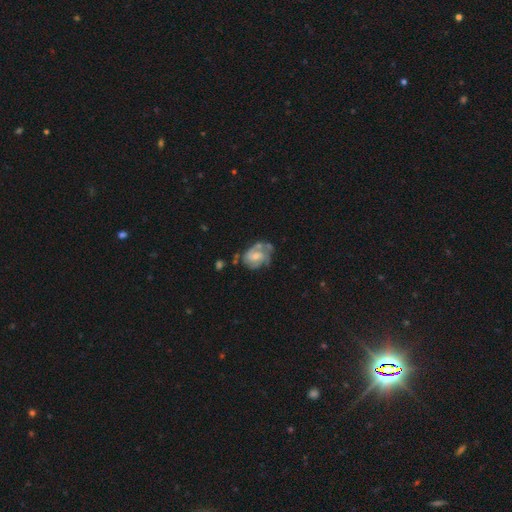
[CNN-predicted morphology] Overall: featured or disk (71%). Edge-on disk: no (97%). Bar: no (53%; weak 39%). Spiral arms: yes (83%). Spiral arm count: 2 (38%; can't tell 28%). Spiral winding: medium (42%; tight 41%). Bulge size: moderate (44%; small 37%). Merging: none (47%; minor disturbance 25%).